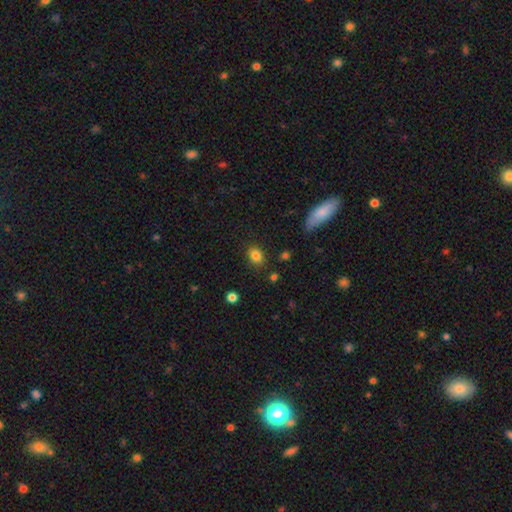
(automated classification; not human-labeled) smooth_or_featured: smooth (p=0.84) [alt: star or artifact p=0.11]
how_rounded: in between (p=0.64) [alt: round p=0.35]
merging: none (p=0.83) [alt: minor disturbance p=0.11]